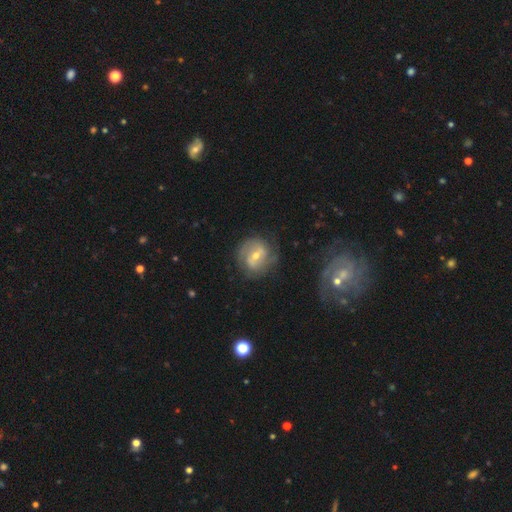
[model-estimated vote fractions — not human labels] A featured or disk galaxy (73%) with a weak bar (48%), 2 (69%) medium (41%) spiral arms (85%) and a moderate central bulge (54%).

Vote fractions:
- Smooth or featured? featured or disk: 73% / smooth: 20% / star or artifact: 6%
- Edge-on disk? no: 97% / yes: 3%
- Bar? weak: 48% / strong: 30% / no: 21%
- Spiral arms? yes: 85% / no: 15%
- Spiral winding? medium: 41% / tight: 38% / loose: 21%
- Spiral arm count? 2: 69% / can't tell: 18% / 3: 5% / 1: 4% / 4: 2% / more than 4: 2%
- Bulge size? moderate: 54% / small: 41% / large: 2% / none: 1% / dominant: 1%
- Merging? none: 72% / minor disturbance: 18% / major disturbance: 8% / merger: 2%